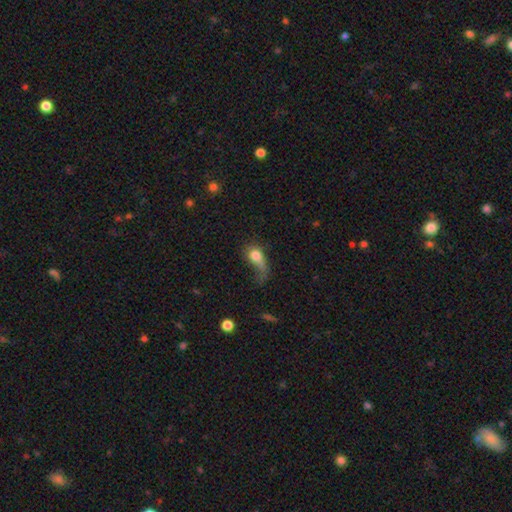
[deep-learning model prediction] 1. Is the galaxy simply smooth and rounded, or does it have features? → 68% smooth, 22% featured or disk, 10% star or artifact.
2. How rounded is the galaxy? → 62% in between, 31% round, 7% cigar-shaped.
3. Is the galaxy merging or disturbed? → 57% major disturbance, 18% none, 18% minor disturbance, 7% merger.